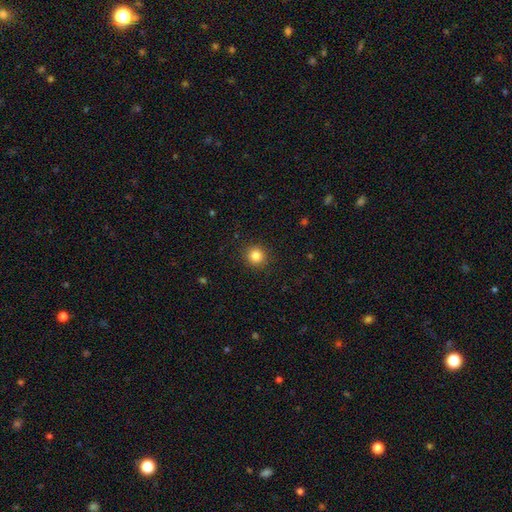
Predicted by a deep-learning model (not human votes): smooth 84%, star or artifact 11%, featured or disk 5%. Down the decision tree: how rounded — round (92%); merging — none (91%).